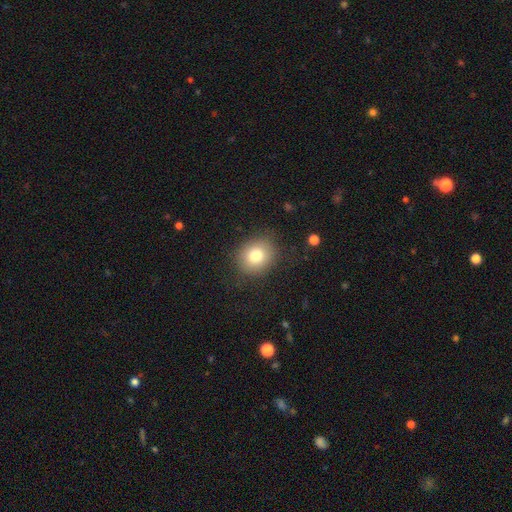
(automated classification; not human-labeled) Smooth or featured? smooth (79%)
How rounded? round (69%)
Merging? none (84%)